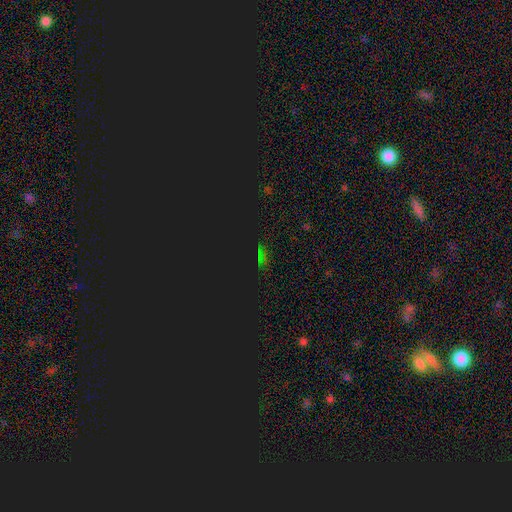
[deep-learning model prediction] A star or artifact, not a galaxy (79%).

Vote fractions:
- Smooth or featured? star or artifact: 79% / smooth: 14% / featured or disk: 7%